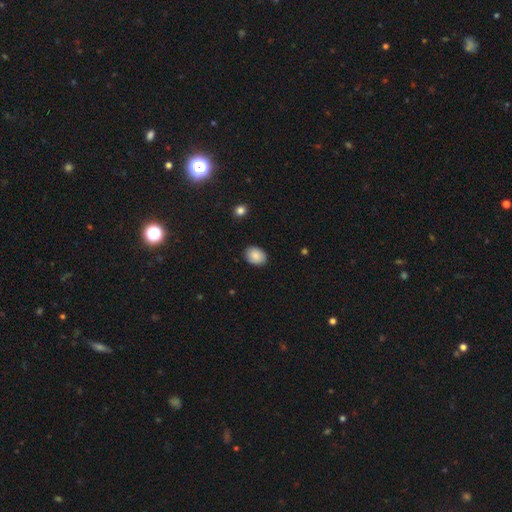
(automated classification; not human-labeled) Overall: smooth (88%). How rounded: in between (64%; round 35%). Merging: none (87%).